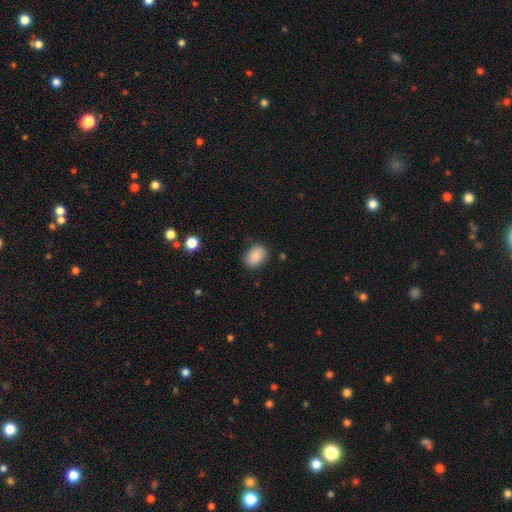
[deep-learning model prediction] smooth 86%, star or artifact 8%, featured or disk 6%. Down the decision tree: how rounded — in between (76%); merging — none (82%).